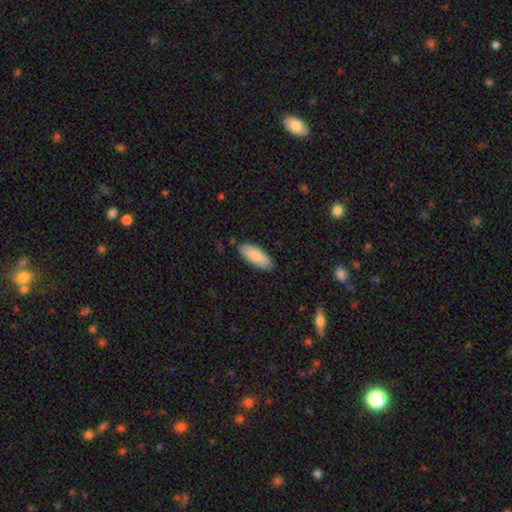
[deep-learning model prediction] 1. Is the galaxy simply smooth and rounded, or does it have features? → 87% smooth, 7% featured or disk, 5% star or artifact.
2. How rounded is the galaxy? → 79% in between, 20% cigar-shaped, 1% round.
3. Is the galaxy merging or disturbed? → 85% none, 11% minor disturbance, 2% major disturbance, 2% merger.